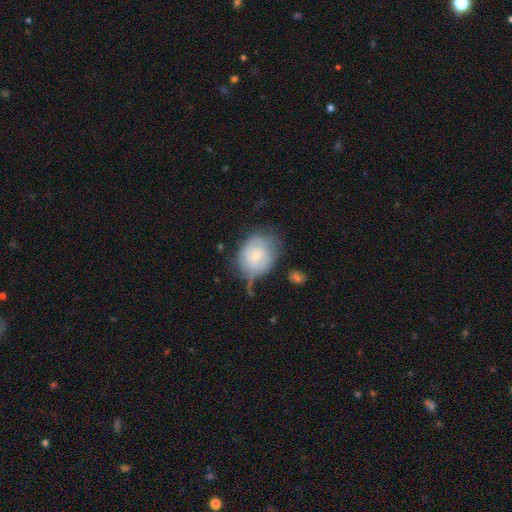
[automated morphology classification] Smooth or featured? smooth (50%)
Merging? none (44%)